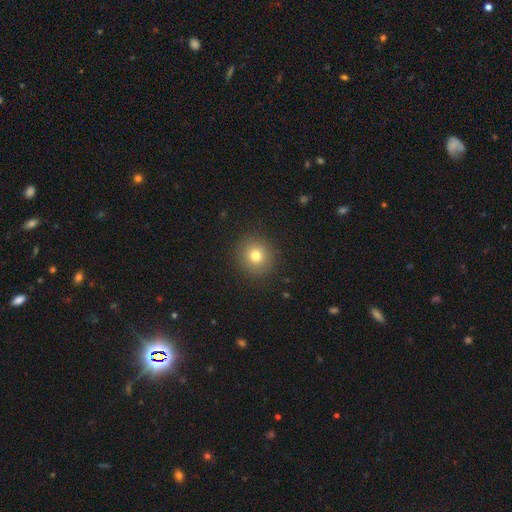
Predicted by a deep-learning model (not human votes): This is likely a smooth galaxy (76%). How rounded: clearly round (92%). Merging: clearly none (90%).